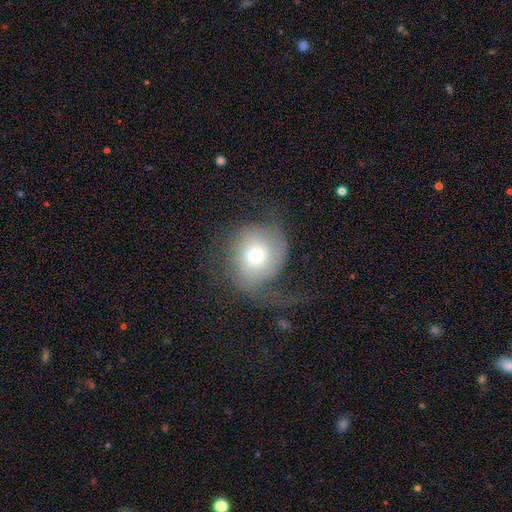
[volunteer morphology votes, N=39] Smooth or featured?
  - featured or disk: 67% *
  - smooth: 31%
  - star or artifact: 3%
Edge-on disk?
  - no: 100% *
  - yes: 0%
Bar?
  - no: 96% *
  - weak: 4%
  - strong: 0%
Spiral arms?
  - yes: 85% *
  - no: 15%
Spiral winding?
  - loose: 64% *
  - medium: 23%
  - tight: 14%
Spiral arm count?
  - 2: 55% *
  - 1: 18%
  - 3: 18%
  - can't tell: 9%
  - 4: 0%
  - more than 4: 0%
Bulge size?
  - small: 42% *
  - moderate: 35%
  - large: 15%
  - dominant: 8%
  - none: 0%
Merging?
  - none: 39% *
  - major disturbance: 37%
  - minor disturbance: 24%
  - merger: 0%